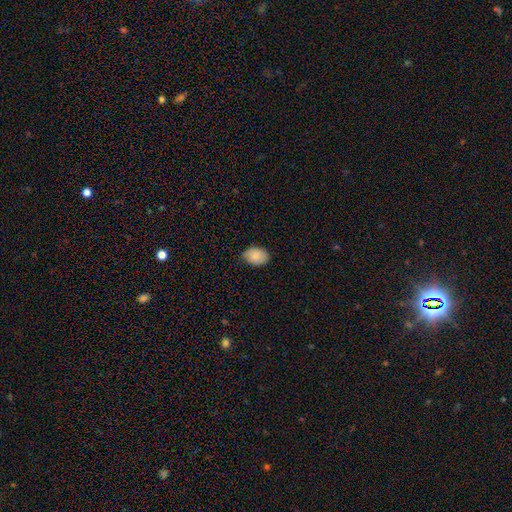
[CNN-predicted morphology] smooth_or_featured: smooth (p=0.88) [alt: star or artifact p=0.07]
how_rounded: in between (p=0.81) [alt: round p=0.18]
merging: none (p=0.81) [alt: minor disturbance p=0.16]